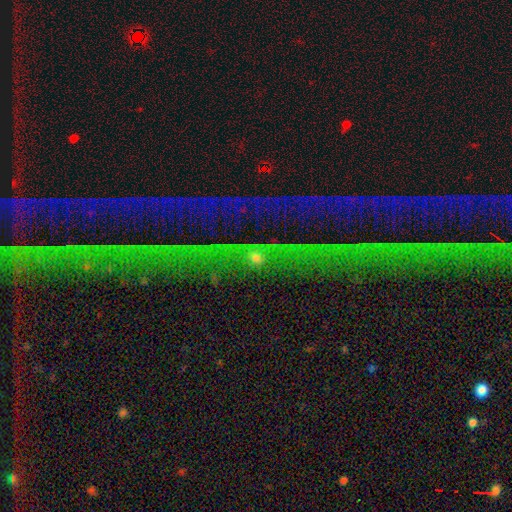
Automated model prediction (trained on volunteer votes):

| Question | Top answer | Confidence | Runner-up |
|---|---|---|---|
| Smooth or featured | star or artifact | 62% | featured or disk (20%) |